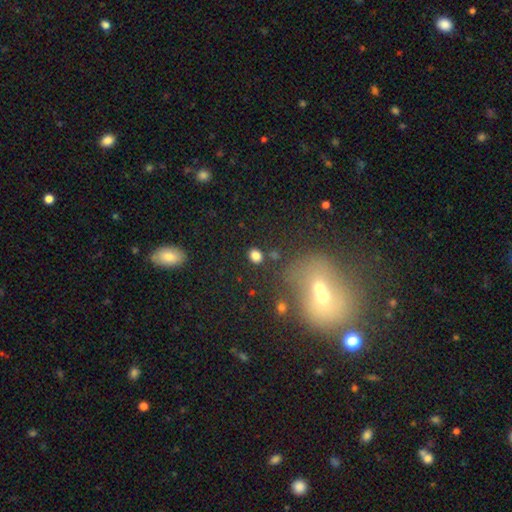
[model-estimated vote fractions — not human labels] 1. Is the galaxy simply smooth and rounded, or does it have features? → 80% smooth, 14% star or artifact, 6% featured or disk.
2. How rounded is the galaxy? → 52% round, 46% in between, 1% cigar-shaped.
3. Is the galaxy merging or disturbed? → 83% none, 9% minor disturbance, 5% merger, 3% major disturbance.